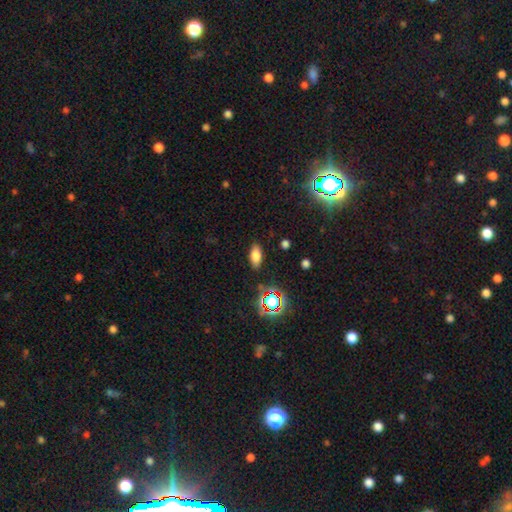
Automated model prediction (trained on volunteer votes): smooth 74%, star or artifact 16%, featured or disk 10%. Down the decision tree: how rounded — in between (86%); merging — none (85%).